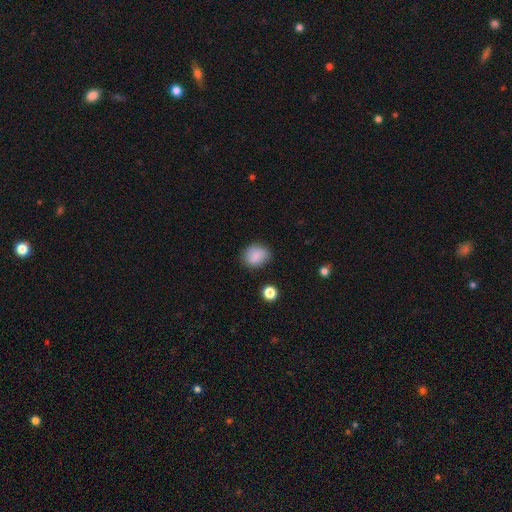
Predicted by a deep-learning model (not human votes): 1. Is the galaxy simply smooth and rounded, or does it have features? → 85% smooth, 9% star or artifact, 6% featured or disk.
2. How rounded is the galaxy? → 58% round, 41% in between, 1% cigar-shaped.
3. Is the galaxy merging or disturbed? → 78% none, 16% minor disturbance, 4% major disturbance, 2% merger.